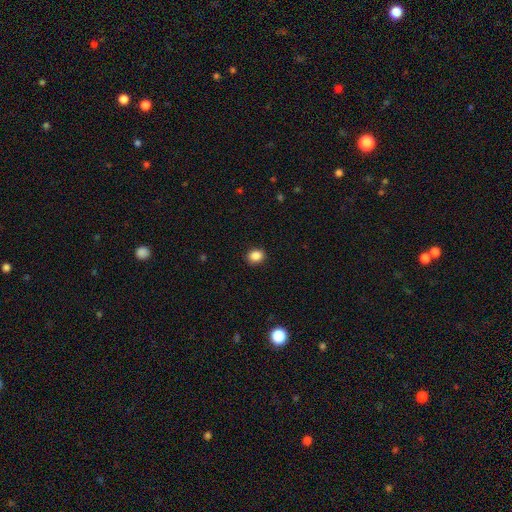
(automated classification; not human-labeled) Smooth or featured? Predicted: smooth (p=0.88). How rounded? Predicted: round (p=0.60). Merging? Predicted: none (p=0.89).